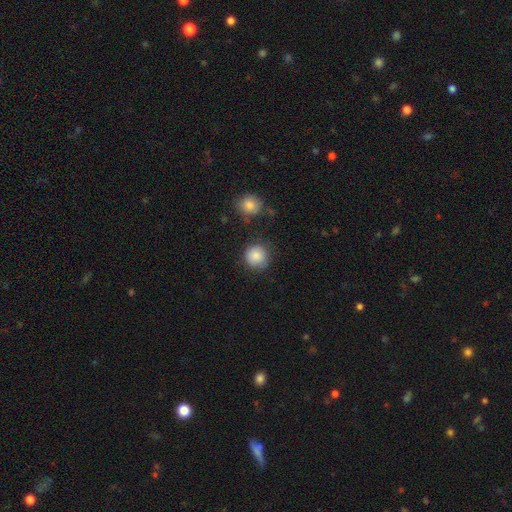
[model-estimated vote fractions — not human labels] Overall: smooth (87%). How rounded: round (92%). Merging: none (81%).